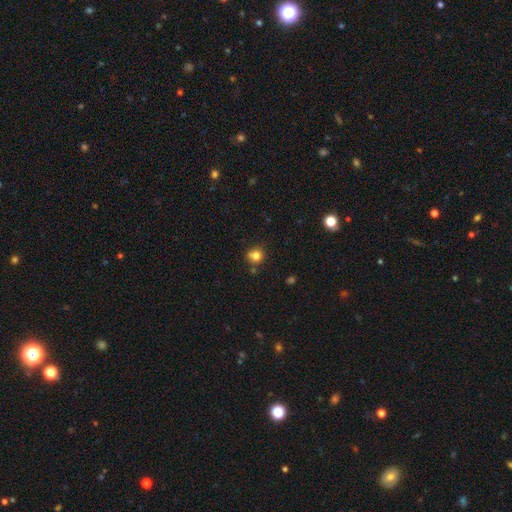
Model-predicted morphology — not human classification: smooth 81%, star or artifact 12%, featured or disk 6%. Down the decision tree: how rounded — round (87%); merging — none (72%).